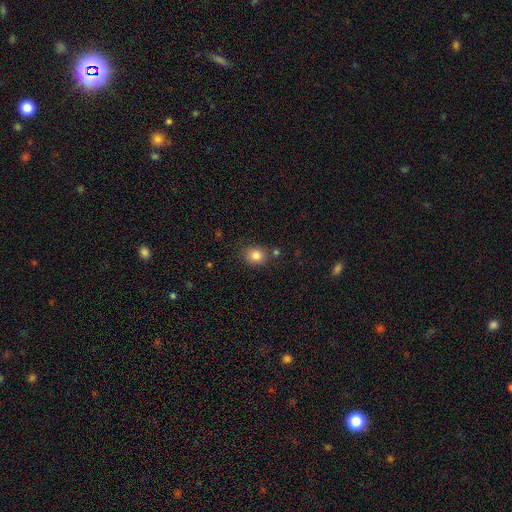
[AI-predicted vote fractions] Smooth or featured: smooth — 83% (star or artifact — 10%)
How rounded: round — 62% (in between — 37%)
Merging: none — 76% (minor disturbance — 13%)